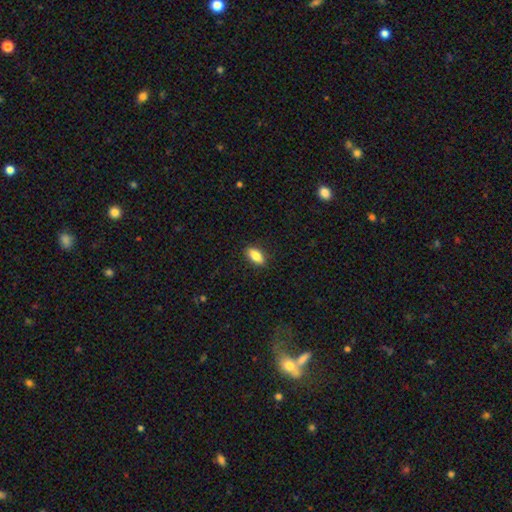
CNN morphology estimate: A smooth galaxy with no disk features (84%) that is in between round and cigar-shaped (84%). Merging: none (88%).